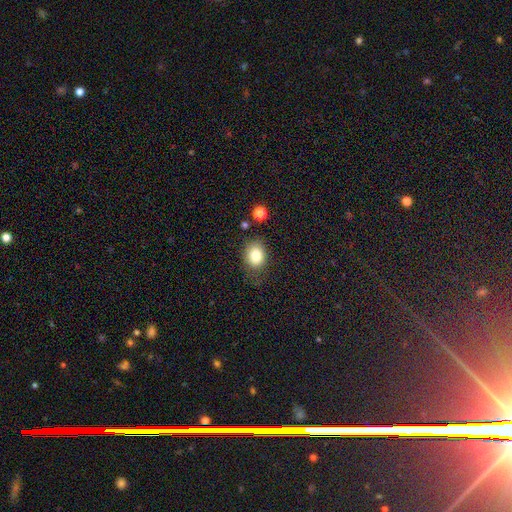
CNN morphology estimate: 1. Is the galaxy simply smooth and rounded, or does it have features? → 84% smooth, 9% star or artifact, 7% featured or disk.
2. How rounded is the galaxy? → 61% in between, 38% round, 1% cigar-shaped.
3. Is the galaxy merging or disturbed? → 69% none, 21% minor disturbance, 7% major disturbance, 3% merger.